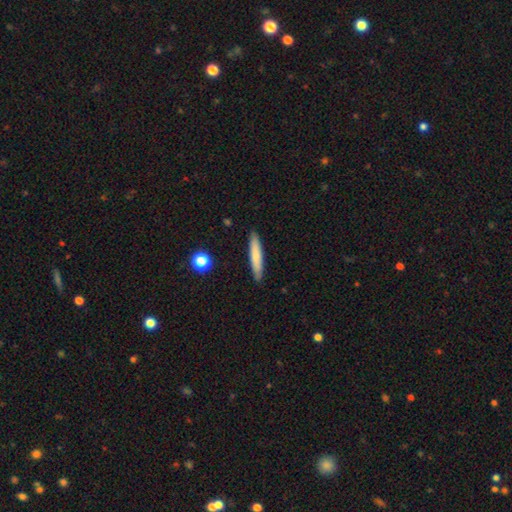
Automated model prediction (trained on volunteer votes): Smooth or featured?
  - smooth: 74% *
  - featured or disk: 20%
  - star or artifact: 6%
How rounded?
  - cigar-shaped: 91% *
  - in between: 7%
  - round: 1%
Merging?
  - none: 89% *
  - minor disturbance: 8%
  - major disturbance: 2%
  - merger: 1%